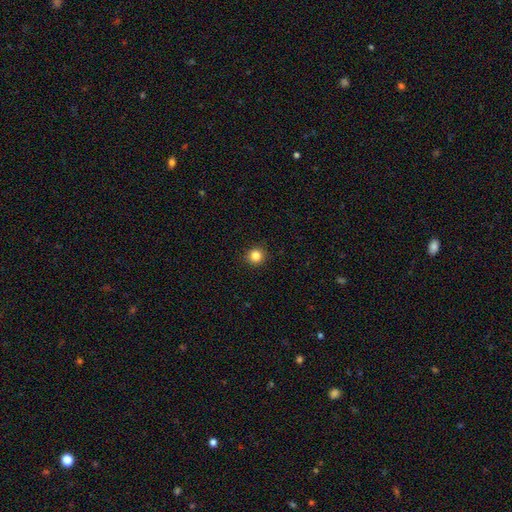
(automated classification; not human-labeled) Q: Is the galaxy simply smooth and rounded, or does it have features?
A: smooth — 85%.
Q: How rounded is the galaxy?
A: round — 93%.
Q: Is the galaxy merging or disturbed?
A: none — 92%.